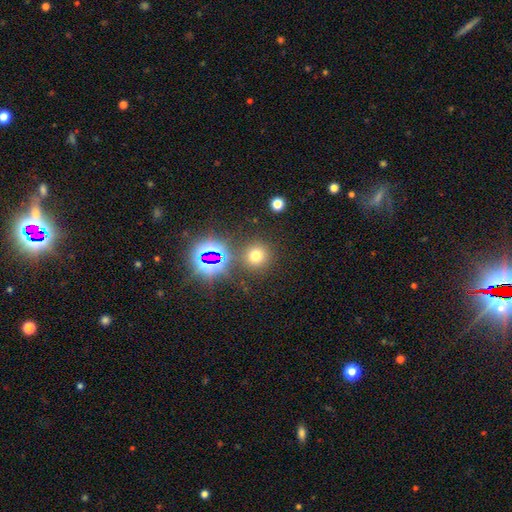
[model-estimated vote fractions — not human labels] Morphology: type=smooth (64%); roundness=round (91%); merging=none (83%).